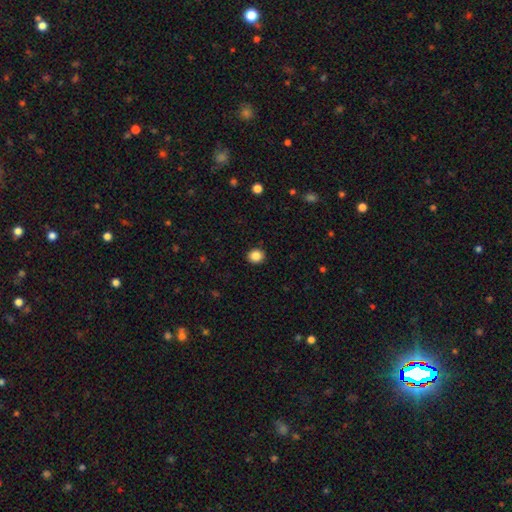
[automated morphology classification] This is clearly a smooth galaxy (86%). How rounded: clearly round (82%). Merging: clearly none (92%).